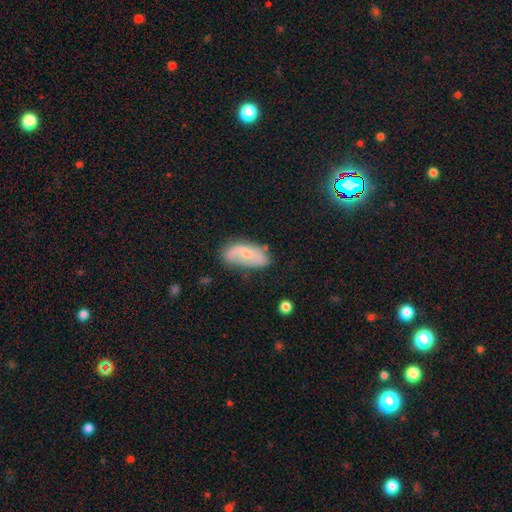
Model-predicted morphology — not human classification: smooth-or-featured: smooth: 49% | featured or disk: 45% | star or artifact: 7%
  merging: none: 51% | minor disturbance: 30% | major disturbance: 14% | merger: 5%